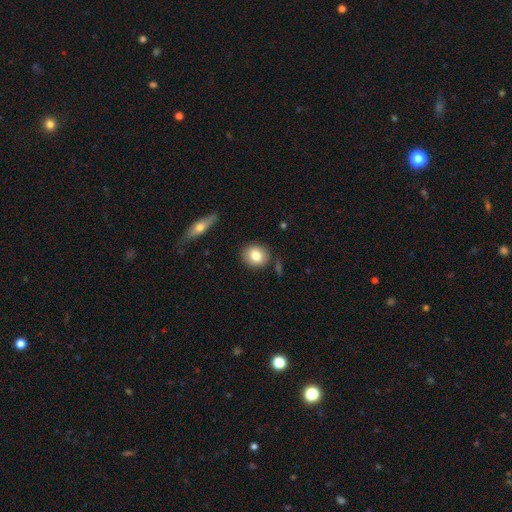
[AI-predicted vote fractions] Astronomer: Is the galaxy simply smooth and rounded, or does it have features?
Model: smooth — 80%.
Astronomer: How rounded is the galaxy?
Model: round — 77%.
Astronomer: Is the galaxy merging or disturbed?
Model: none — 85%.